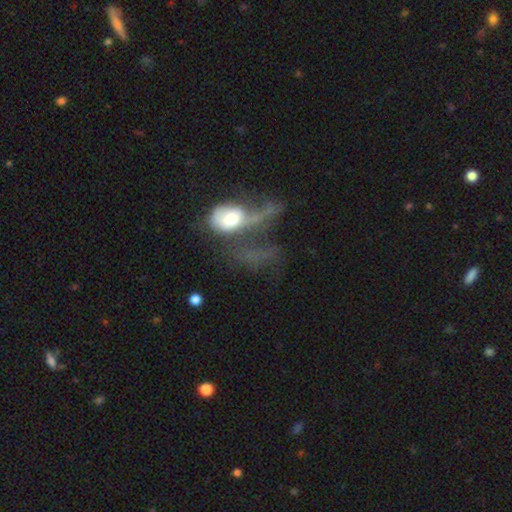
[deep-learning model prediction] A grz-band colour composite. It shows a featured or disk galaxy (45%). Merging: major disturbance (55%).